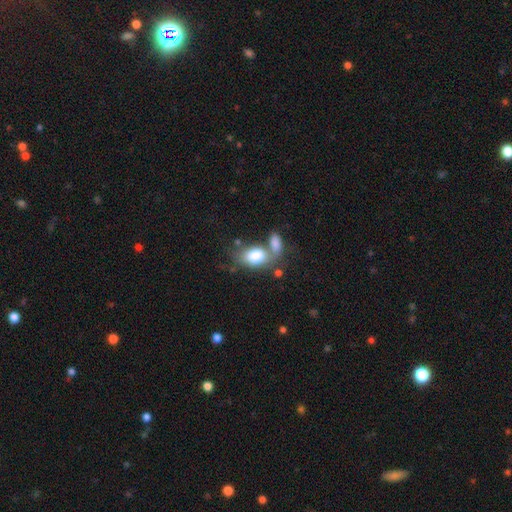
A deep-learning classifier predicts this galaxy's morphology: A smooth galaxy with no disk features (79%) that is in between round and cigar-shaped (83%).

Vote fractions:
- Smooth or featured? smooth: 79% / featured or disk: 14% / star or artifact: 7%
- How rounded? in between: 83% / round: 15% / cigar-shaped: 2%
- Merging? merger: 39% / none: 38% / minor disturbance: 14% / major disturbance: 8%